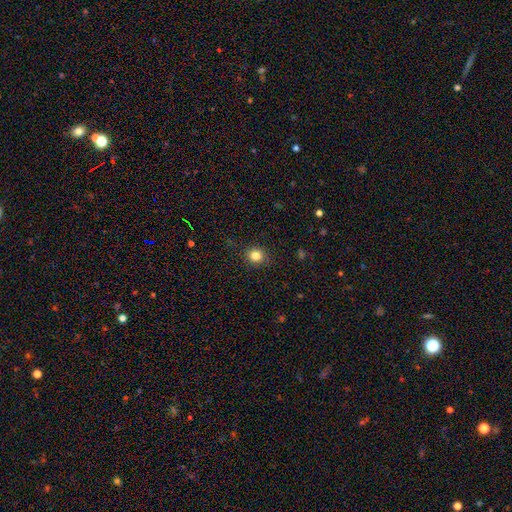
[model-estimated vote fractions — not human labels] smooth_or_featured: smooth (p=0.82) [alt: star or artifact p=0.12]
how_rounded: round (p=0.83) [alt: in between p=0.16]
merging: none (p=0.90) [alt: minor disturbance p=0.07]